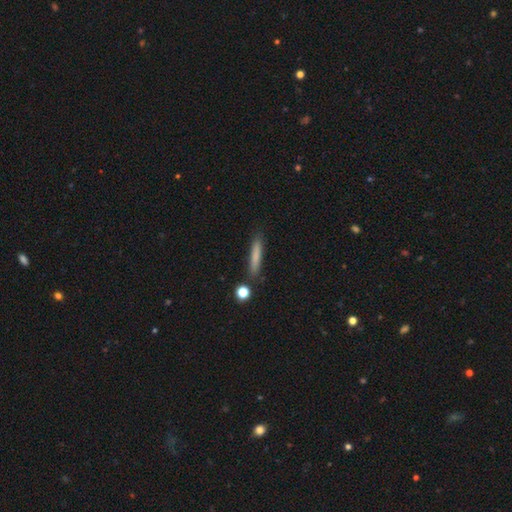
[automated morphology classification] smooth 77%, featured or disk 15%, star or artifact 8%. Down the decision tree: how rounded — cigar-shaped (91%); merging — none (83%).